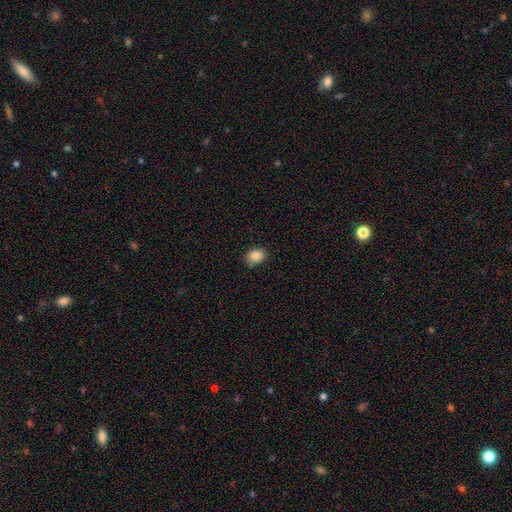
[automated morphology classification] Q: Smooth or featured?
A: smooth (86%); runner-up: star or artifact (9%)
Q: How rounded?
A: in between (62%); runner-up: round (38%)
Q: Merging?
A: none (81%); runner-up: minor disturbance (15%)